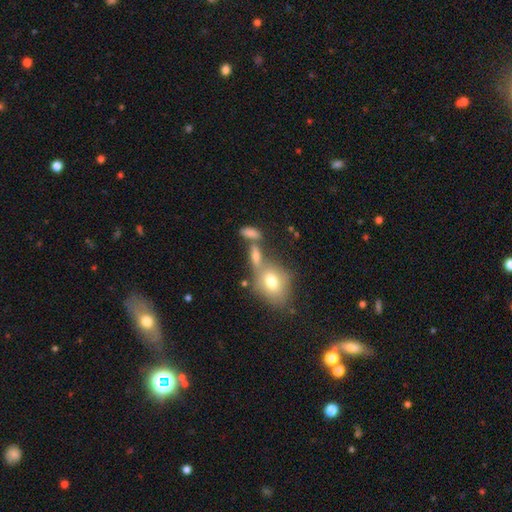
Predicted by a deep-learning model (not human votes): Q: Smooth or featured?
A: smooth (65%); runner-up: featured or disk (22%)
Q: How rounded?
A: in between (61%); runner-up: round (21%)
Q: Merging?
A: none (44%); runner-up: merger (36%)